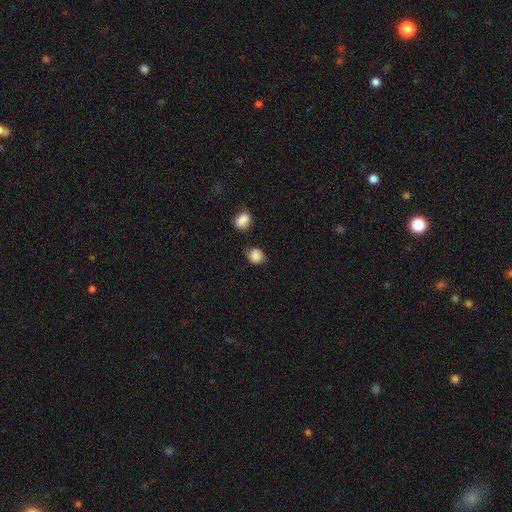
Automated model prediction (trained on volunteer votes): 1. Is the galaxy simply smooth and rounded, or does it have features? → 87% smooth, 9% star or artifact, 4% featured or disk.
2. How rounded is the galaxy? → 73% round, 26% in between, 1% cigar-shaped.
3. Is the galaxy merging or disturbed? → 75% none, 16% minor disturbance, 5% merger, 4% major disturbance.